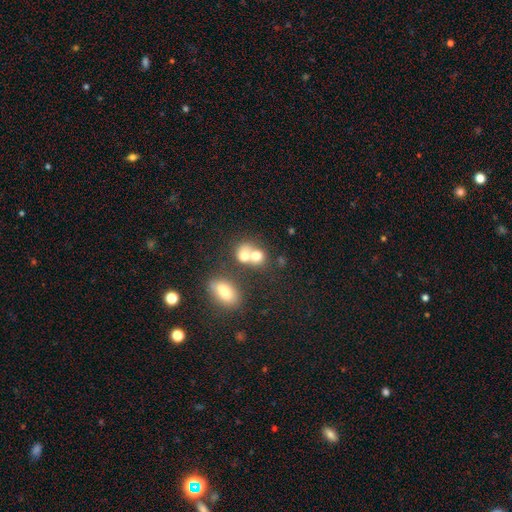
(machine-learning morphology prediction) smooth_or_featured: smooth (p=0.71) [alt: featured or disk p=0.17]
how_rounded: round (p=0.66) [alt: in between p=0.33]
merging: merger (p=0.61) [alt: none p=0.28]